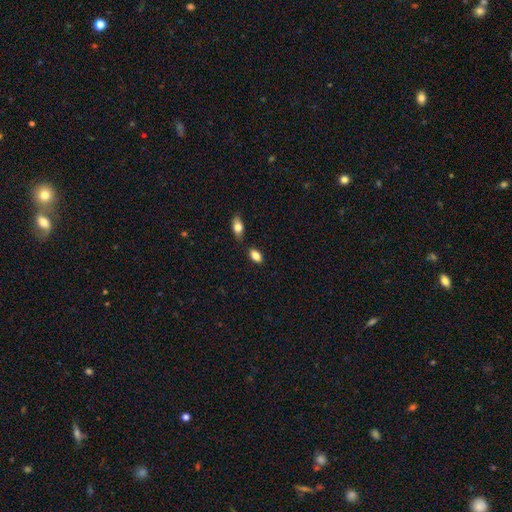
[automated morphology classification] A smooth galaxy with no disk features (84%) that is in between round and cigar-shaped (90%).

Vote fractions:
- Smooth or featured? smooth: 84% / featured or disk: 8% / star or artifact: 8%
- How rounded? in between: 90% / round: 6% / cigar-shaped: 4%
- Merging? none: 80% / minor disturbance: 11% / merger: 6% / major disturbance: 3%